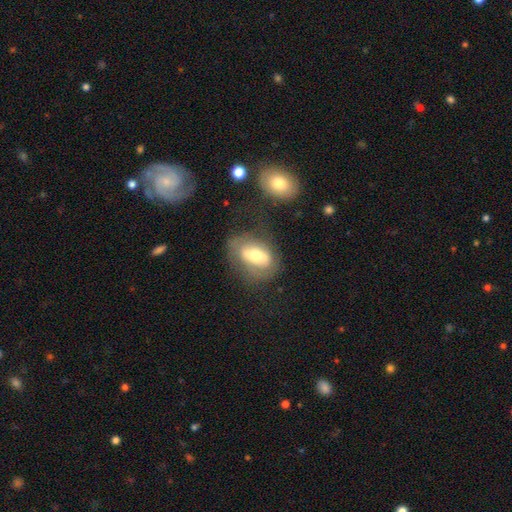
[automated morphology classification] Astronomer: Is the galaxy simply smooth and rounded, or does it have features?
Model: smooth — 47% (runner-up: featured or disk, 45%).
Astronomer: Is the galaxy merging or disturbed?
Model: none — 55%.